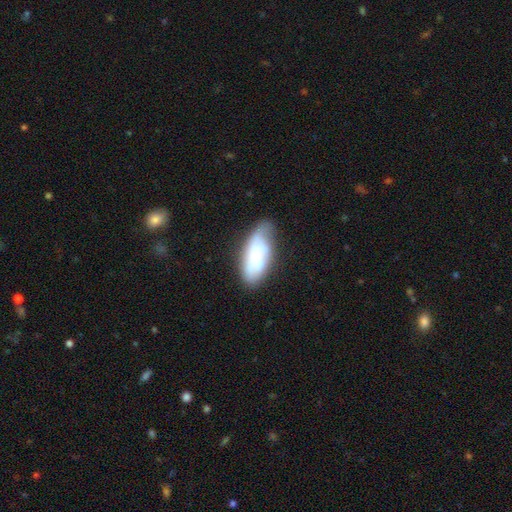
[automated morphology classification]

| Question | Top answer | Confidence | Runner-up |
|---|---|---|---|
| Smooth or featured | smooth | 56% | featured or disk (36%) |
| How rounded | in between | 85% | cigar-shaped (13%) |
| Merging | none | 53% | minor disturbance (32%) |